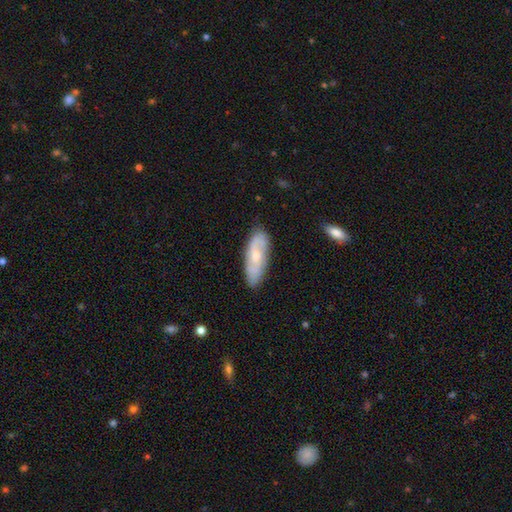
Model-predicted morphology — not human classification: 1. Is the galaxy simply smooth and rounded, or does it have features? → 54% featured or disk, 39% smooth, 6% star or artifact.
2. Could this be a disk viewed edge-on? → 85% no, 15% yes.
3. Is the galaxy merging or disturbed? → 81% none, 15% minor disturbance, 3% major disturbance, 2% merger.